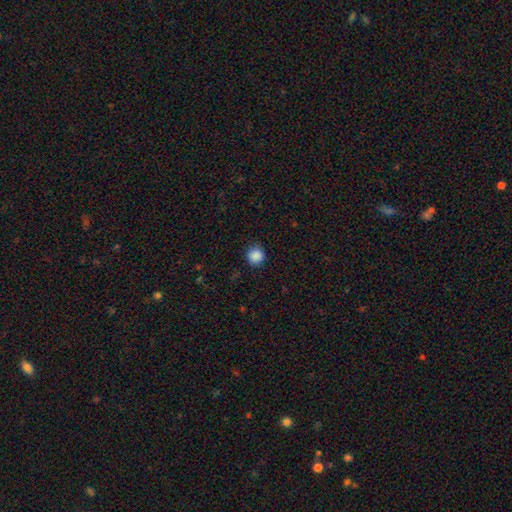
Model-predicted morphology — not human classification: Q: Smooth or featured?
A: smooth (87%); runner-up: star or artifact (10%)
Q: How rounded?
A: round (91%); runner-up: in between (8%)
Q: Merging?
A: none (86%); runner-up: minor disturbance (10%)